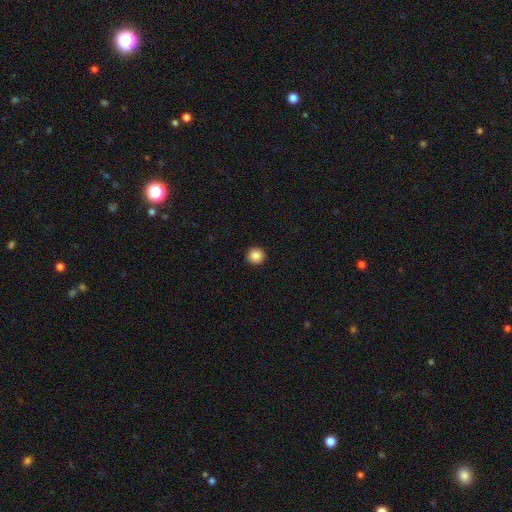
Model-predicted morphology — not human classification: smooth_or_featured: smooth (p=0.87) [alt: star or artifact p=0.09]
how_rounded: round (p=0.96) [alt: in between p=0.03]
merging: none (p=0.94) [alt: minor disturbance p=0.04]